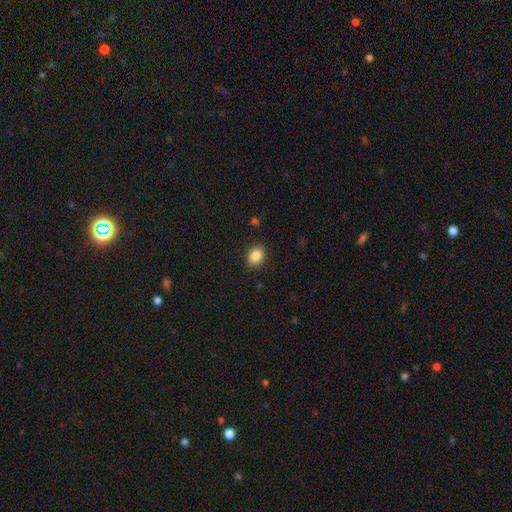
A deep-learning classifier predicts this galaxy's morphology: type=smooth (86%); roundness=in between (61%); merging=none (88%).